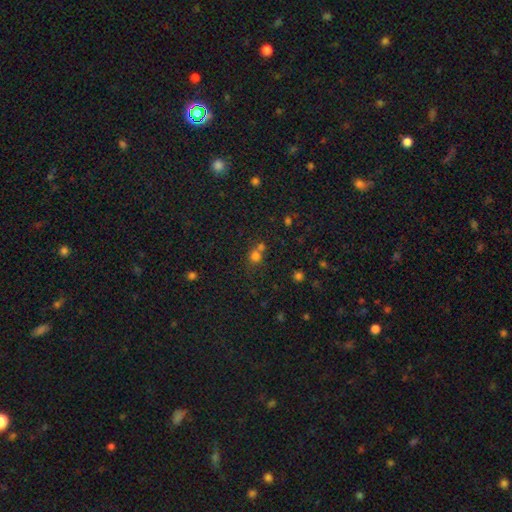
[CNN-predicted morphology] smooth_or_featured: smooth (p=0.72) [alt: star or artifact p=0.20]
how_rounded: round (p=0.84) [alt: in between p=0.15]
merging: none (p=0.48) [alt: merger p=0.40]